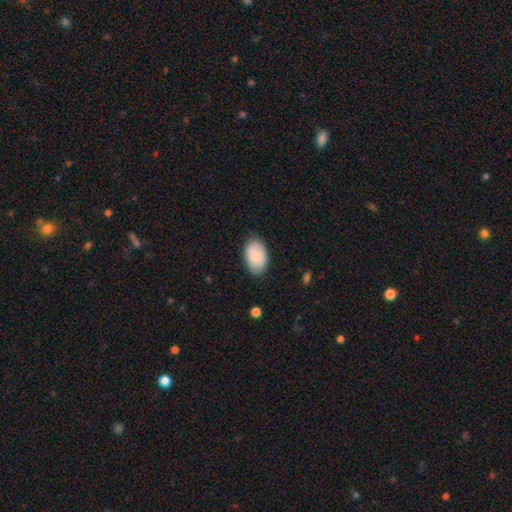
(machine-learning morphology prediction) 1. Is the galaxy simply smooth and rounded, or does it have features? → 86% smooth, 8% featured or disk, 6% star or artifact.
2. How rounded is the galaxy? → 92% in between, 6% round, 1% cigar-shaped.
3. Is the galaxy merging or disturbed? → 84% none, 13% minor disturbance, 2% major disturbance, 1% merger.